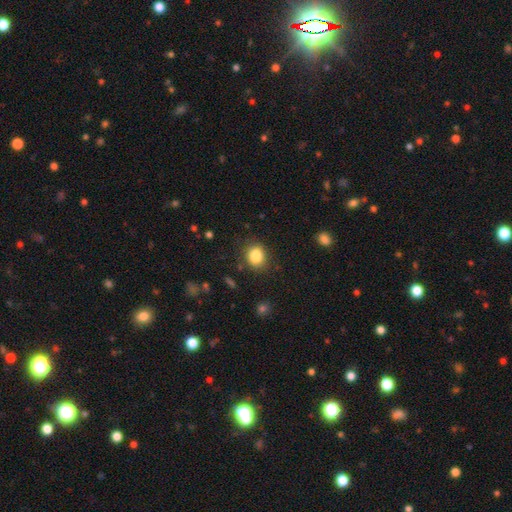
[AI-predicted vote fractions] Smooth or featured: smooth — 85% (star or artifact — 10%)
How rounded: round — 66% (in between — 33%)
Merging: none — 83% (minor disturbance — 11%)